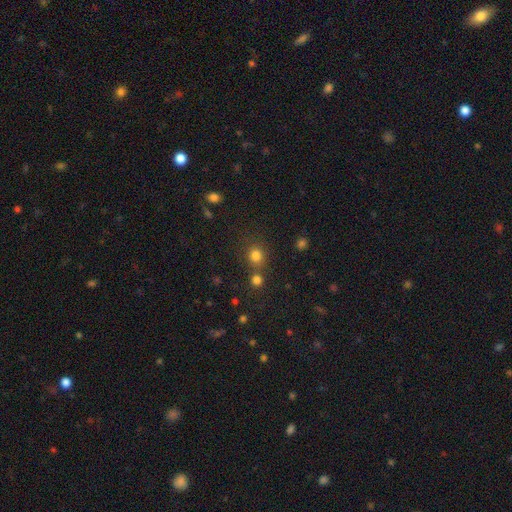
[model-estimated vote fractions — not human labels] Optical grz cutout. It shows a smooth galaxy with no disk features (79%) that is round (84%). Merging: none (68%).